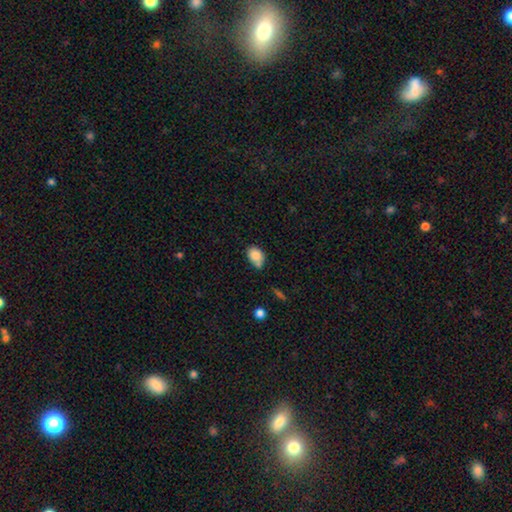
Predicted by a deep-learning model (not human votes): A smooth galaxy with no disk features (83%) that is in between round and cigar-shaped (74%).

Vote fractions:
- Smooth or featured? smooth: 83% / star or artifact: 9% / featured or disk: 8%
- How rounded? in between: 74% / round: 25% / cigar-shaped: 1%
- Merging? none: 49% / minor disturbance: 29% / merger: 16% / major disturbance: 6%